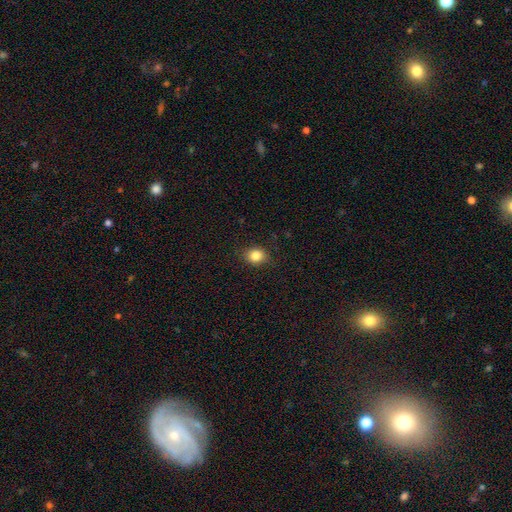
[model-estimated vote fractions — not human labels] The model was most divided on "how rounded": round: 61%, in between: 38%, cigar-shaped: 1%. More confident: merging — none (86%); smooth or featured — smooth (84%).